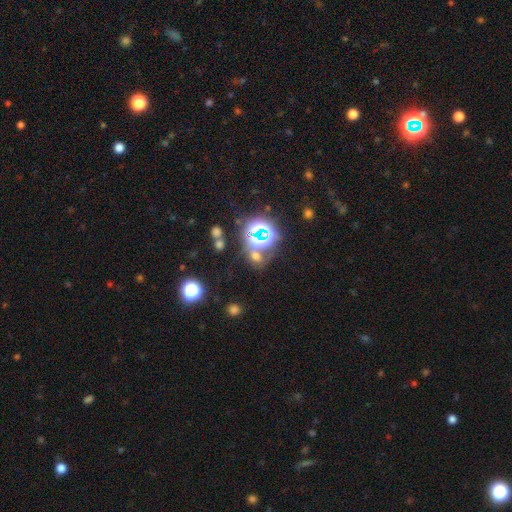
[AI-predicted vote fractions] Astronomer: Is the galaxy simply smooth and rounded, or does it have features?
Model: star or artifact — 54% (runner-up: smooth, 36%).